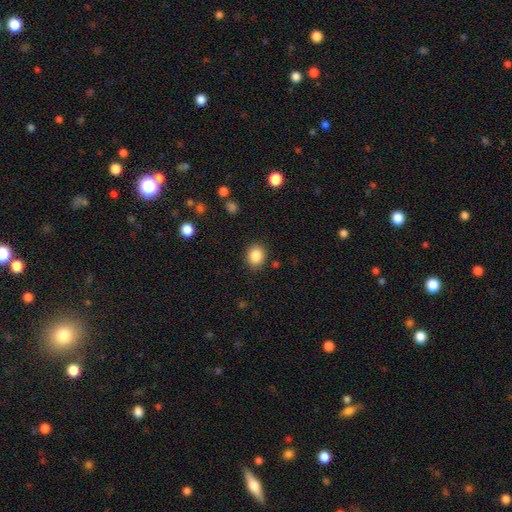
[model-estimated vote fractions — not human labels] Smooth or featured? smooth (86%)
How rounded? round (63%)
Merging? none (88%)